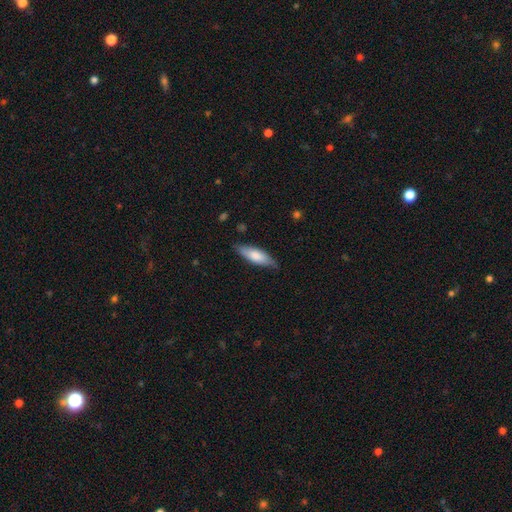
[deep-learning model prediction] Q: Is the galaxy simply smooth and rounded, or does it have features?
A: smooth — 73%.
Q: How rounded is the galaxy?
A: in between — 52%.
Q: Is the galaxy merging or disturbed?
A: none — 79%.